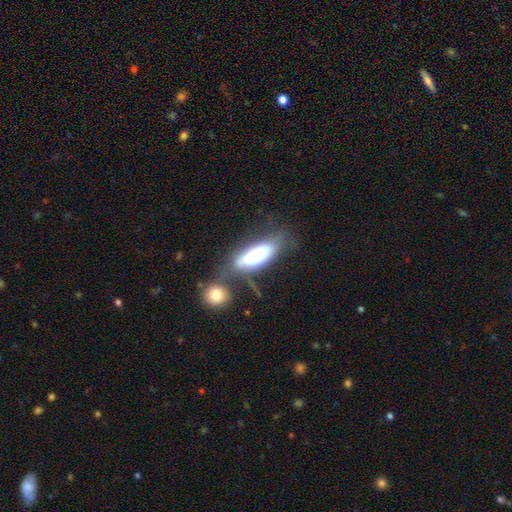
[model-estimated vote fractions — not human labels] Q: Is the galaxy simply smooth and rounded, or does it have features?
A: smooth — 67%.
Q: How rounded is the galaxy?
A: in between — 70%.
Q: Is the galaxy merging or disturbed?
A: none — 41%.